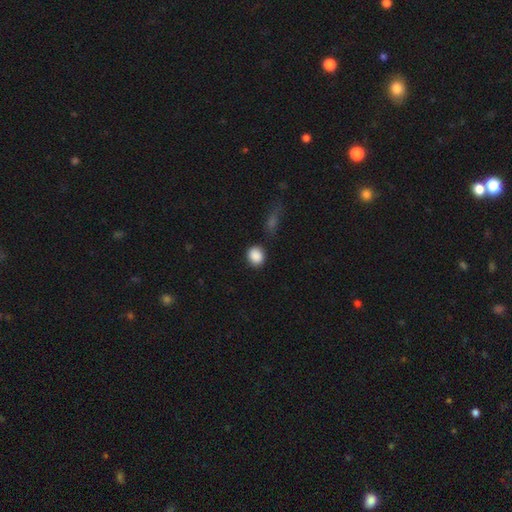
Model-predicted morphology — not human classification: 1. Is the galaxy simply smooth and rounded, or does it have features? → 89% smooth, 8% star or artifact, 3% featured or disk.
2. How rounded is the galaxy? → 72% round, 27% in between, 1% cigar-shaped.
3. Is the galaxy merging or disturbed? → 80% none, 11% minor disturbance, 5% merger, 4% major disturbance.